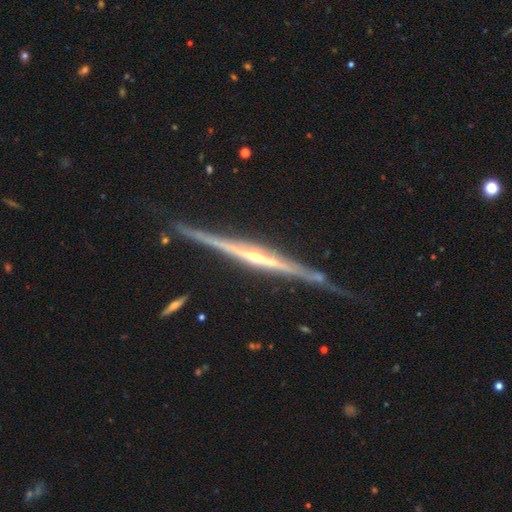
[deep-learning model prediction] Smooth or featured: featured or disk — 89% (smooth — 6%)
Edge-on disk: yes — 98% (no — 2%)
Edge-on bulge: rounded — 75% (none — 19%)
Merging: none — 80% (minor disturbance — 15%)